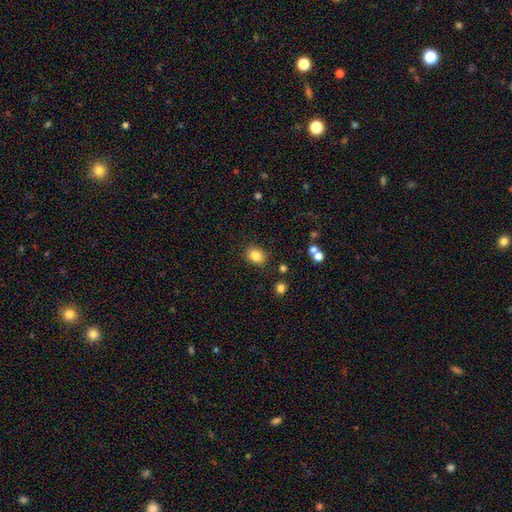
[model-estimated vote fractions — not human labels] Smooth or featured? smooth (84%)
How rounded? round (54%)
Merging? none (83%)